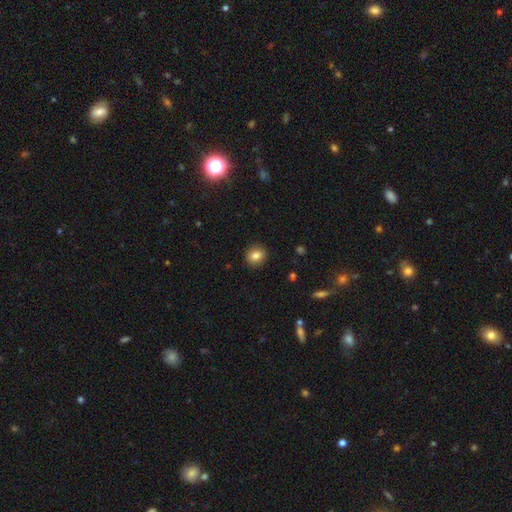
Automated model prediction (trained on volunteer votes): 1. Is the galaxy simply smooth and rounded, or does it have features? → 83% smooth, 10% star or artifact, 7% featured or disk.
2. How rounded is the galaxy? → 79% round, 20% in between, 1% cigar-shaped.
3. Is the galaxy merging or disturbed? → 90% none, 7% minor disturbance, 2% major disturbance, 1% merger.